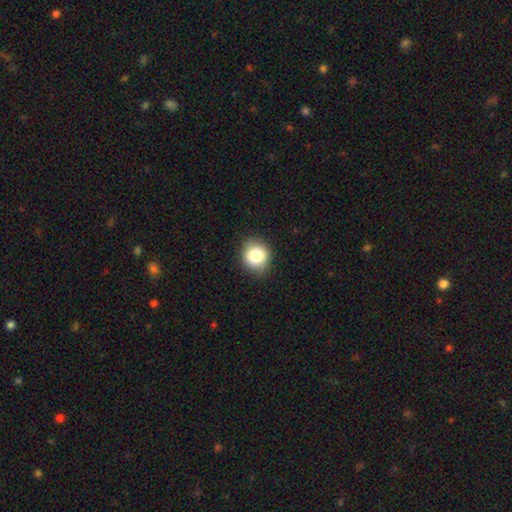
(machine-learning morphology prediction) Q: Smooth or featured?
A: smooth (85%); runner-up: star or artifact (10%)
Q: How rounded?
A: round (81%); runner-up: in between (18%)
Q: Merging?
A: none (85%); runner-up: minor disturbance (11%)